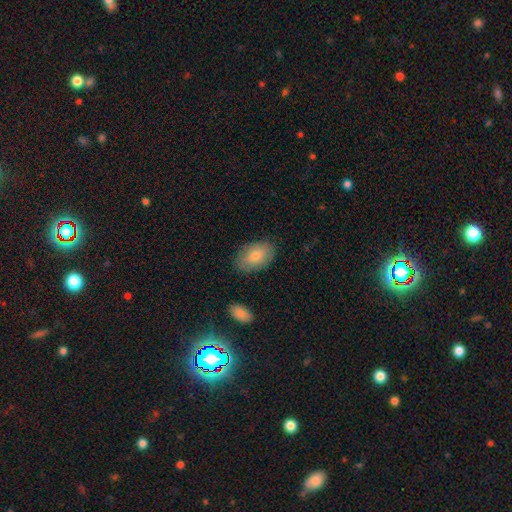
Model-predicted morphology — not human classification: Smooth or featured: smooth — 82% (featured or disk — 12%)
How rounded: in between — 92% (round — 7%)
Merging: none — 82% (minor disturbance — 13%)